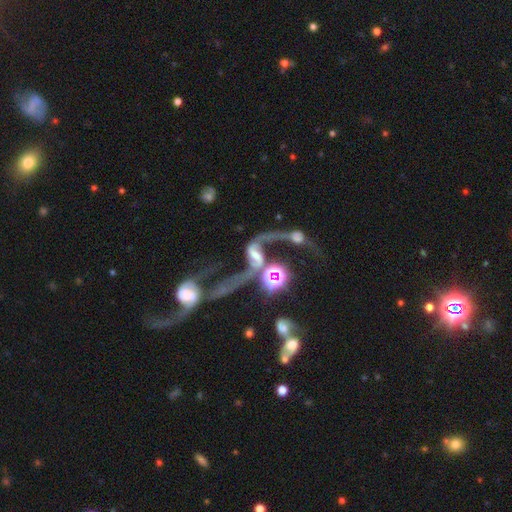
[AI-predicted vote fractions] Overall: featured or disk (79%). Edge-on disk: no (94%). Bar: weak (37%; strong 33%). Spiral arms: yes (93%). Spiral arm count: 2 (90%). Spiral winding: loose (91%). Bulge size: none (27%, tied with moderate). Merging: merger (43%; none 25%).